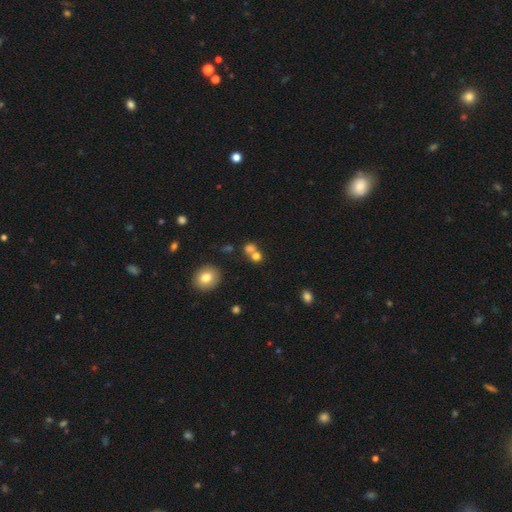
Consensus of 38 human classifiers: Morphology: type=smooth (82%); roundness=round (90%); merging=none (56%).